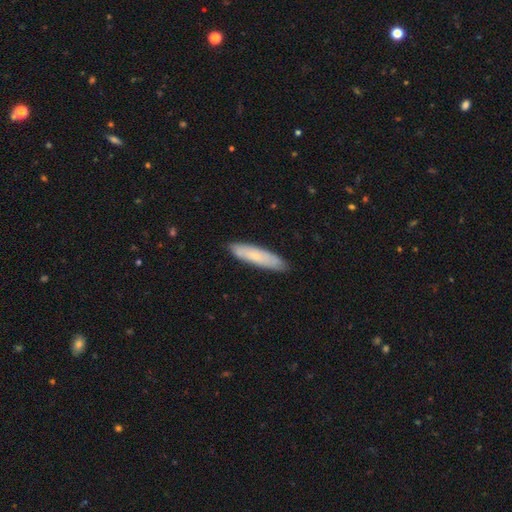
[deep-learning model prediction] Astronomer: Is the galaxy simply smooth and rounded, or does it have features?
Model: smooth — 66%.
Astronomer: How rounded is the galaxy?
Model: cigar-shaped — 78%.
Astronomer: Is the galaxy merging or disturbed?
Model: none — 87%.